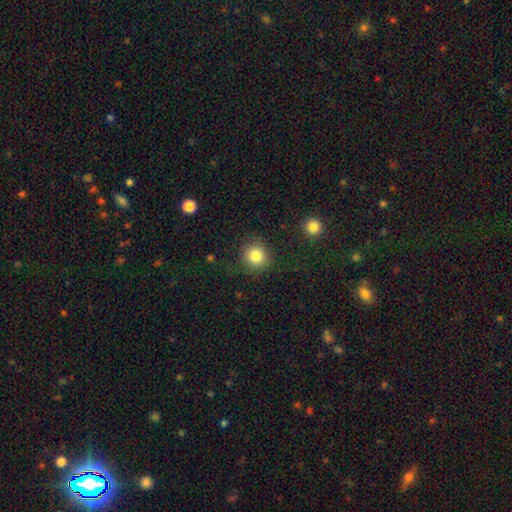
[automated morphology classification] This is clearly a smooth galaxy (83%). How rounded: clearly round (91%). Merging: clearly none (87%).